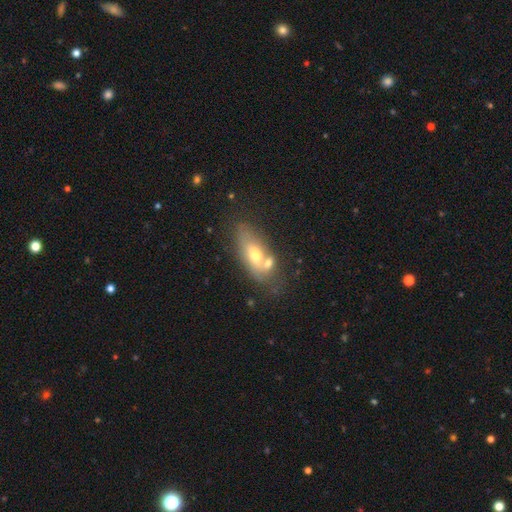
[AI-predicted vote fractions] This is possibly a smooth galaxy (50%). How rounded: likely in between (76%). Merging: possibly none (50%).